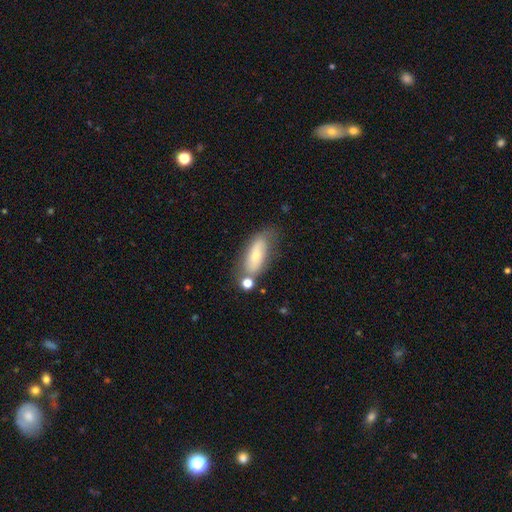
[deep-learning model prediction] A smooth galaxy with no disk features (60%) that is in between round and cigar-shaped (73%).

Vote fractions:
- Smooth or featured? smooth: 60% / featured or disk: 32% / star or artifact: 8%
- How rounded? in between: 73% / cigar-shaped: 23% / round: 3%
- Merging? none: 58% / minor disturbance: 21% / merger: 13% / major disturbance: 8%